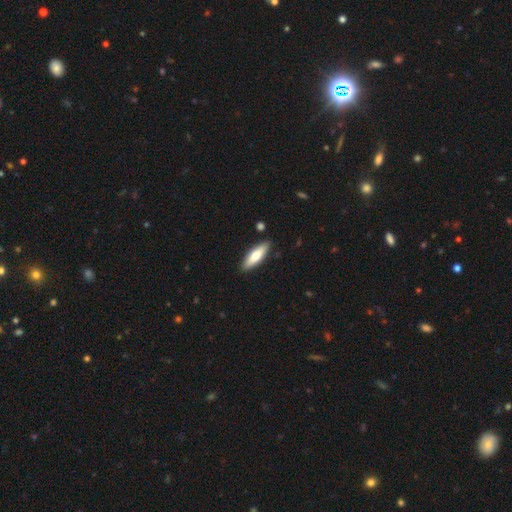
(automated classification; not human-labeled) Smooth or featured?
  - smooth: 69% *
  - featured or disk: 26%
  - star or artifact: 5%
How rounded?
  - cigar-shaped: 51% *
  - in between: 47%
  - round: 2%
Merging?
  - none: 88% *
  - minor disturbance: 9%
  - merger: 2%
  - major disturbance: 2%